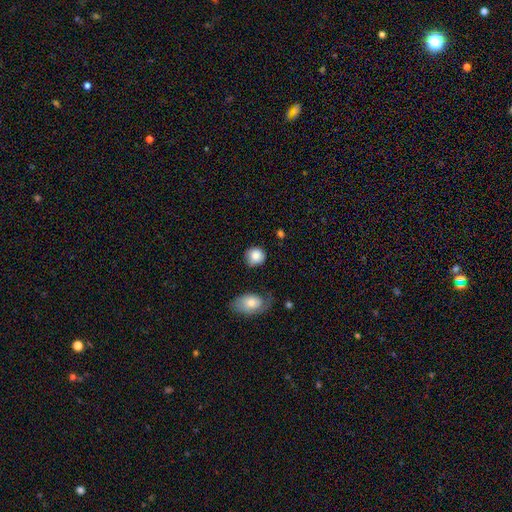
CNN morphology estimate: Smooth or featured? Predicted: smooth (p=0.85). How rounded? Predicted: round (p=0.85). Merging? Predicted: none (p=0.74).